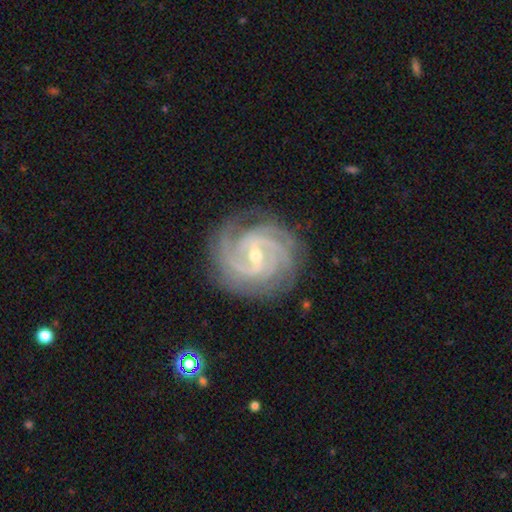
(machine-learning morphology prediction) The model was most divided on "spiral arm count": 3: 32%, 4: 23%, 2: 19%, can't tell: 13%, more than 4: 7%, 1: 6%. More confident: spiral arms — yes (98%); edge-on disk — no (97%); smooth or featured — featured or disk (92%); merging — none (82%); spiral winding — tight (68%); bulge size — small (55%); bar — weak (52%).